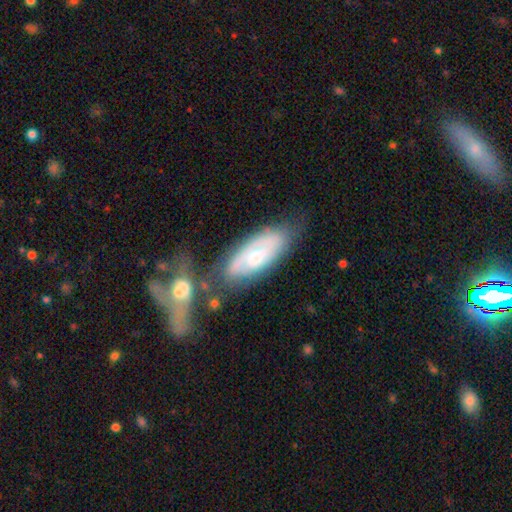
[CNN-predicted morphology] Smooth or featured? Predicted: featured or disk (p=0.65). Edge-on disk? Predicted: no (p=0.87). Bar? Predicted: no (p=0.61). Spiral arms? Predicted: yes (p=0.80). Bulge size? Predicted: moderate (p=0.47). Merging? Predicted: none (p=0.55).